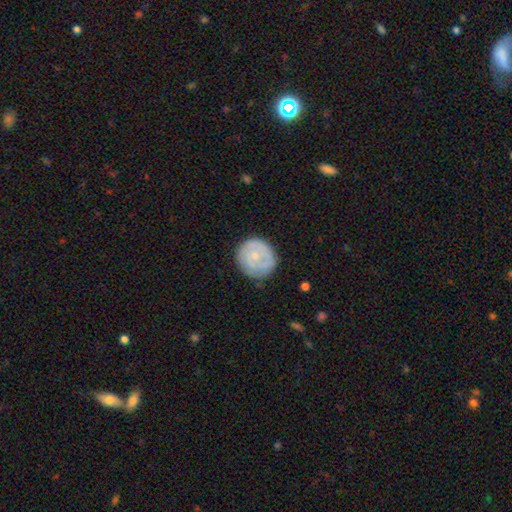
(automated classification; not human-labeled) smooth 51%, featured or disk 44%, star or artifact 6%. Down the decision tree: how rounded — round (91%); merging — none (77%).